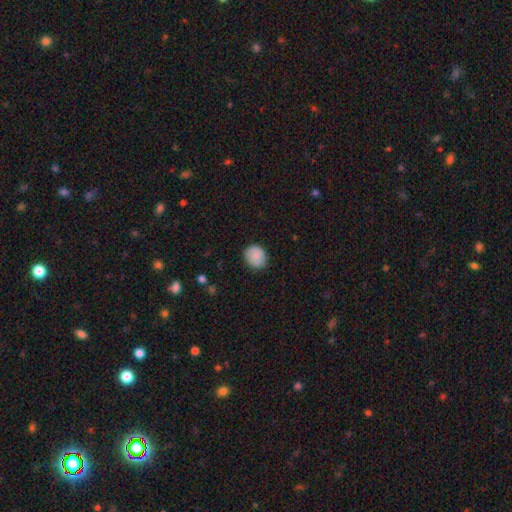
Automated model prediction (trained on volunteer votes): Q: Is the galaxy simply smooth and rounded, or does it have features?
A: smooth — 85%.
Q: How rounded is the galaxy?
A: round — 69%.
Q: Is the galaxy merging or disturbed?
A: none — 85%.